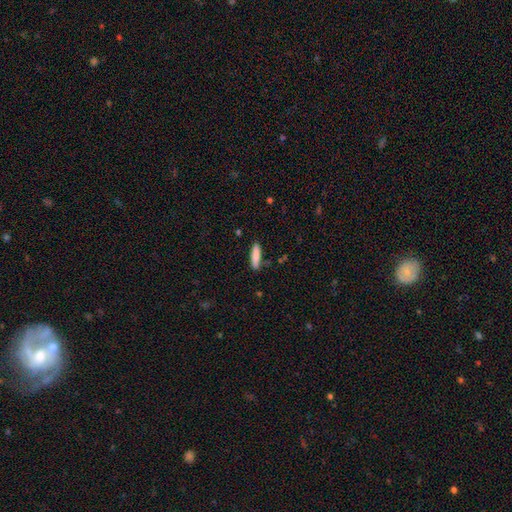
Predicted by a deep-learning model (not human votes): Morphology: type=smooth (84%); roundness=cigar-shaped (71%); merging=none (84%).